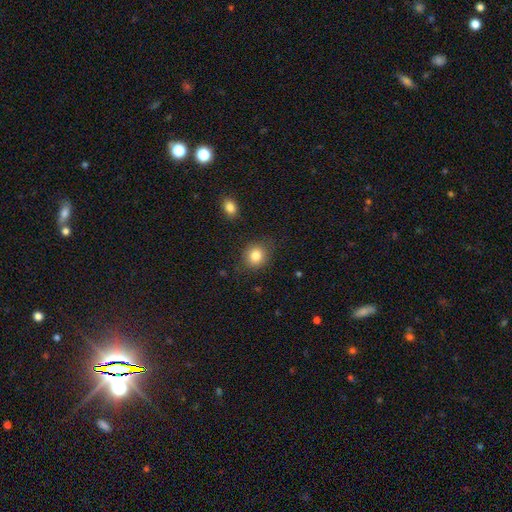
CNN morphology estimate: The model was most divided on "how rounded": round: 76%, in between: 23%, cigar-shaped: 1%. More confident: merging — none (83%); smooth or featured — smooth (83%).